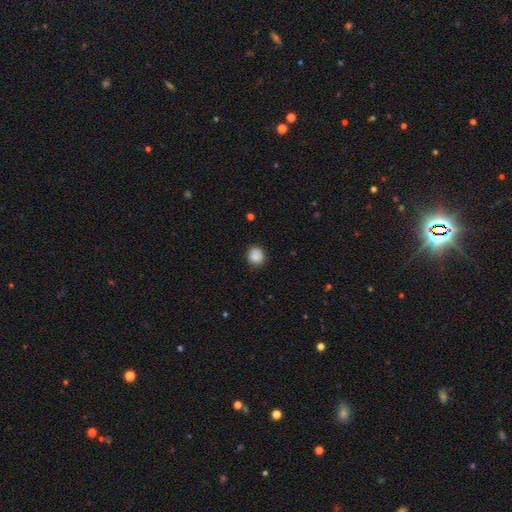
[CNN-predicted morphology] This appears to be a smooth galaxy with no disk features (87%) that is round (83%). Merging: none (85%).